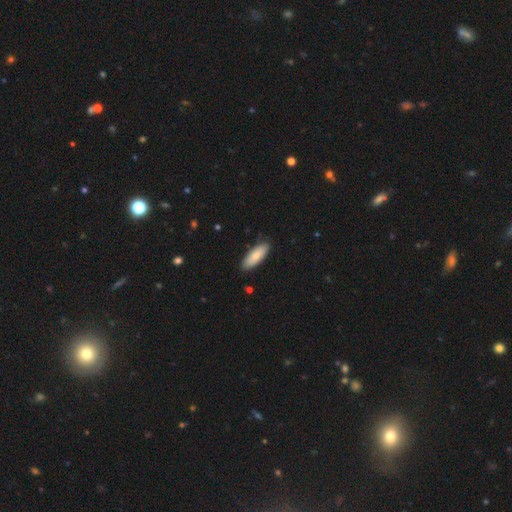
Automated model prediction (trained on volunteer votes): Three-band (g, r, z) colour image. It shows a smooth galaxy with no disk features (84%) that is in between round and cigar-shaped (67%). Merging: none (86%).